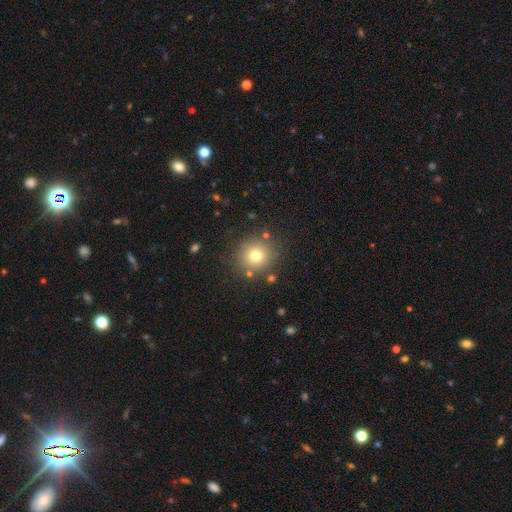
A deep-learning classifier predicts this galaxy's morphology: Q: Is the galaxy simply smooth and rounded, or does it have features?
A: smooth — 74%.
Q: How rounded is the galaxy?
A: round — 91%.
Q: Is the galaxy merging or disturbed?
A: none — 85%.